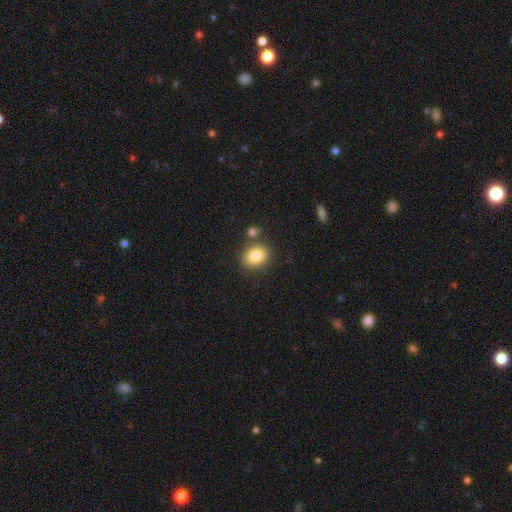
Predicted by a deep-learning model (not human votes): smooth 83%, star or artifact 9%, featured or disk 7%. Down the decision tree: how rounded — in between (54%); merging — none (77%).